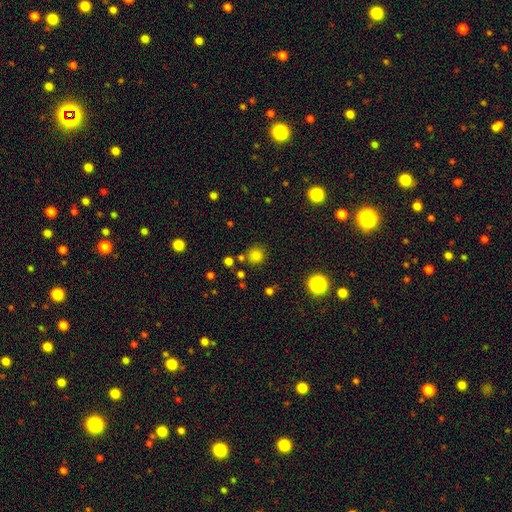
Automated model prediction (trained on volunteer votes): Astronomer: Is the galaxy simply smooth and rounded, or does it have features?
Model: smooth — 78%.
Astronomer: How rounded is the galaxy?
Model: round — 91%.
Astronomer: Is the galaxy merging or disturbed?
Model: none — 81%.